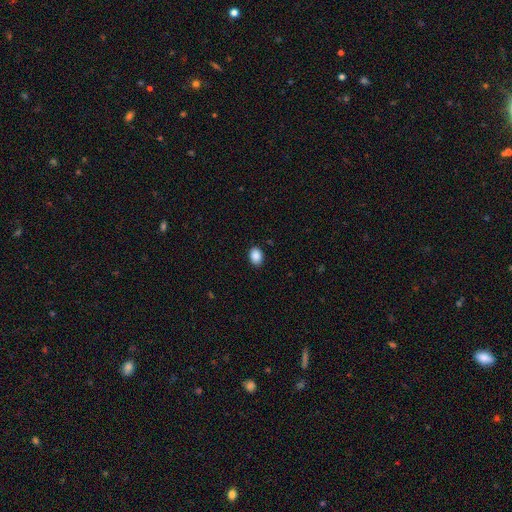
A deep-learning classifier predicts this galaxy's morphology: smooth-or-featured: smooth: 89% | star or artifact: 8% | featured or disk: 3%
  how-rounded: in between: 71% | round: 28% | cigar-shaped: 1%
  merging: none: 89% | minor disturbance: 8% | major disturbance: 2% | merger: 1%